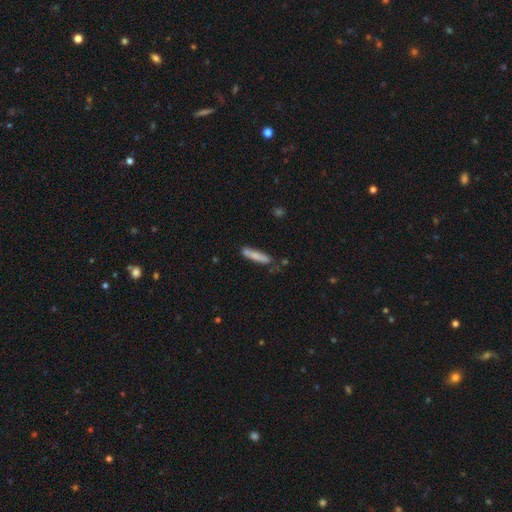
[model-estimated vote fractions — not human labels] A smooth galaxy with no disk features (76%) that is cigar-shaped (87%).

Vote fractions:
- Smooth or featured? smooth: 76% / featured or disk: 17% / star or artifact: 6%
- How rounded? cigar-shaped: 87% / in between: 12% / round: 1%
- Merging? none: 69% / minor disturbance: 19% / merger: 7% / major disturbance: 4%